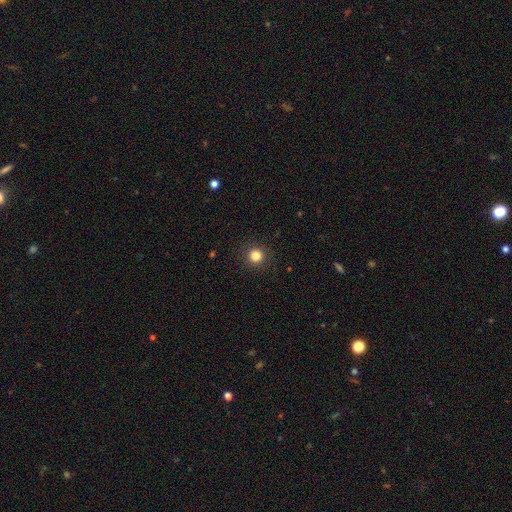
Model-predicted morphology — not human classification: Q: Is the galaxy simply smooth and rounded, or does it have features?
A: smooth — 83%.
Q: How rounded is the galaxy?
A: round — 94%.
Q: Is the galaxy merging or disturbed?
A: none — 91%.